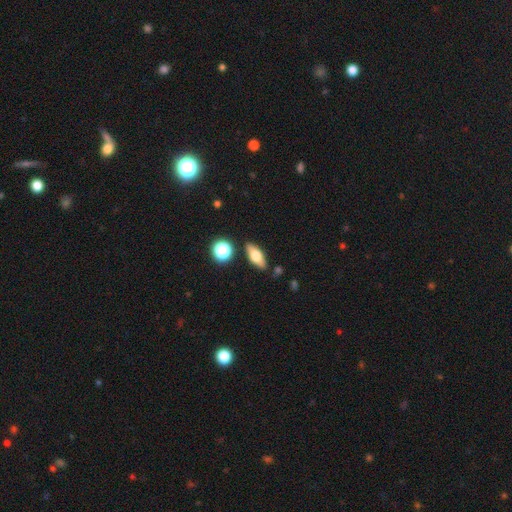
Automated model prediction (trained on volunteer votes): Smooth or featured? Predicted: smooth (p=0.61). How rounded? Predicted: in between (p=0.72). Merging? Predicted: none (p=0.85).